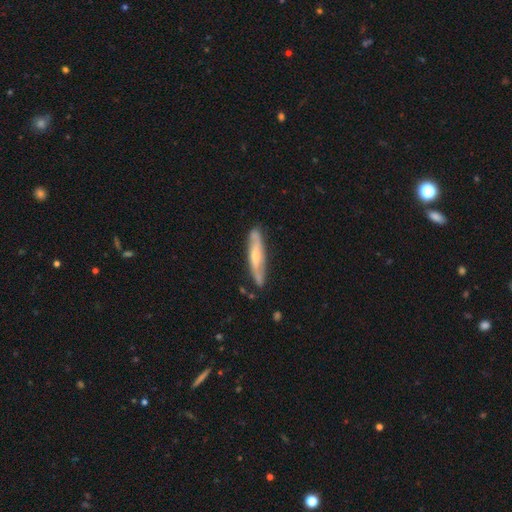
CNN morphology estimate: A featured or disk galaxy (61%) viewed edge-on (59%). Merging: none (78%).